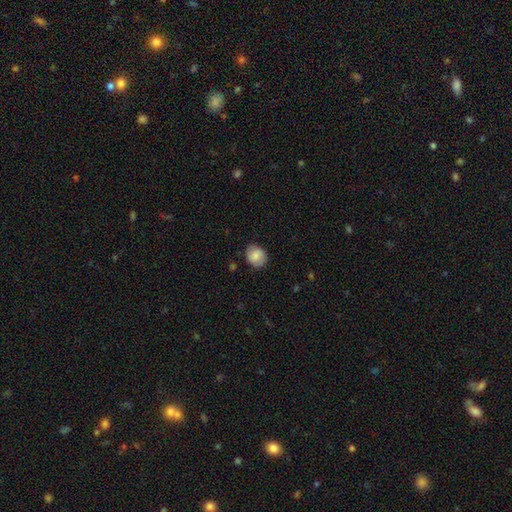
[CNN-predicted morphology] This appears to be a smooth galaxy with no disk features (80%) that is round (71%). Merging: none (83%).